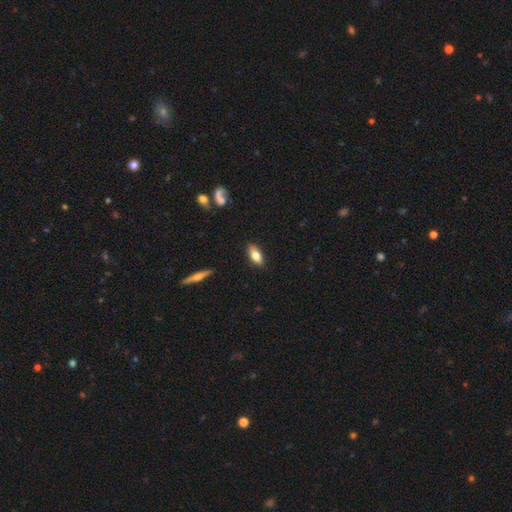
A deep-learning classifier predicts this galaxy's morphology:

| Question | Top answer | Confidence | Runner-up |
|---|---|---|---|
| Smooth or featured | smooth | 74% | featured or disk (19%) |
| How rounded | in between | 81% | cigar-shaped (16%) |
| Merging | none | 87% | minor disturbance (10%) |